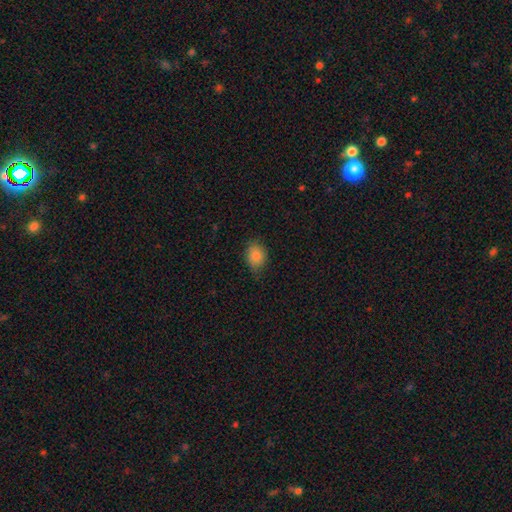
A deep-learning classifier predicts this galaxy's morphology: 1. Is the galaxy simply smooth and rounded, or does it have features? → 85% smooth, 9% star or artifact, 6% featured or disk.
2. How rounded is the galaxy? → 58% in between, 41% round, 1% cigar-shaped.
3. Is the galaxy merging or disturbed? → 75% none, 20% minor disturbance, 4% major disturbance, 1% merger.